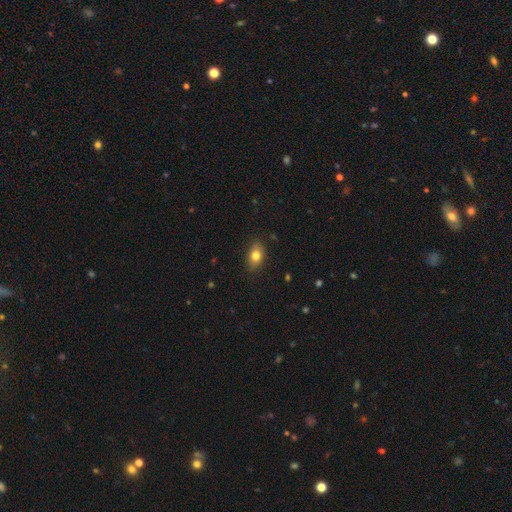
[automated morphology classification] Smooth or featured? Predicted: smooth (p=0.79). How rounded? Predicted: in between (p=0.83). Merging? Predicted: none (p=0.84).